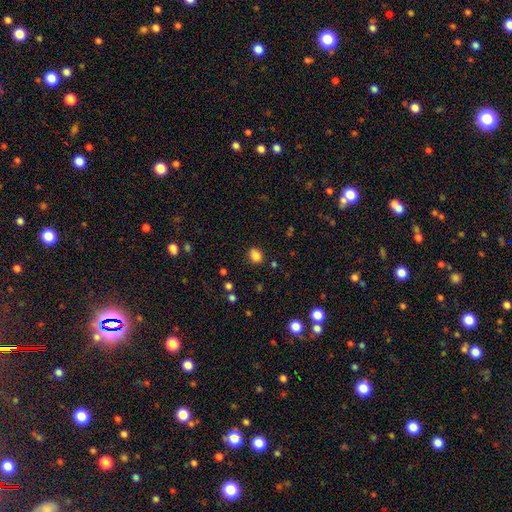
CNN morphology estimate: Smooth or featured? smooth (84%)
How rounded? in between (55%)
Merging? none (85%)